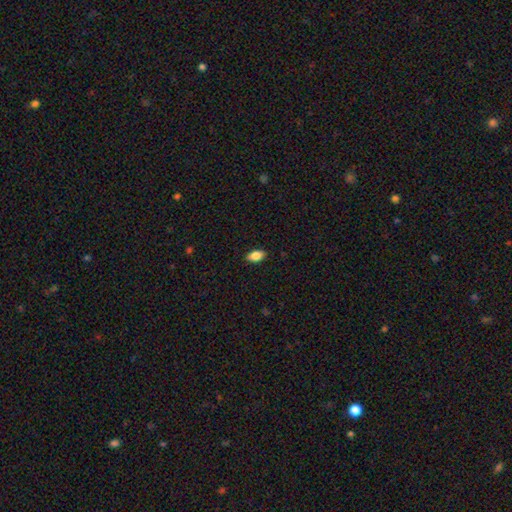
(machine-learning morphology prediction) The model was most divided on "smooth or featured": smooth: 86%, star or artifact: 8%, featured or disk: 6%. More confident: how rounded — in between (92%); merging — none (89%).